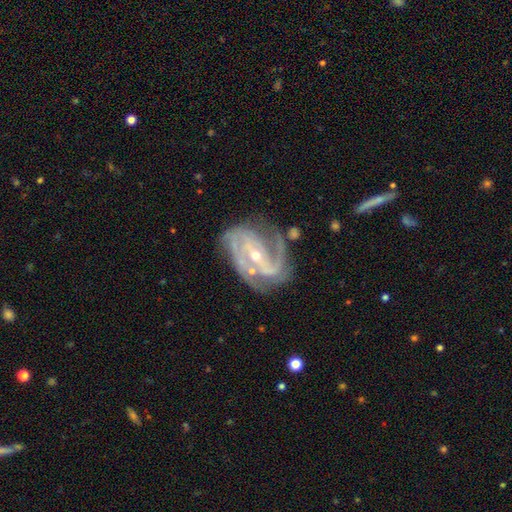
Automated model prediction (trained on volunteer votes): A featured or disk galaxy (91%) with a strong bar (38%), 2 (43%) medium (46%) spiral arms (98%) and a small central bulge (63%). Merging: none (61%).